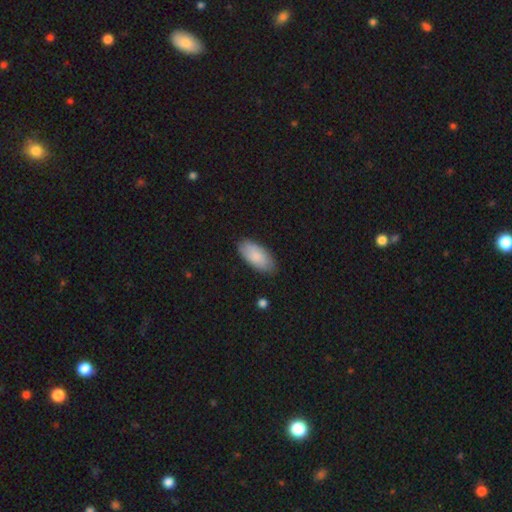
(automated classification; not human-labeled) smooth_or_featured: smooth (p=0.84) [alt: featured or disk p=0.10]
how_rounded: in between (p=0.93) [alt: cigar-shaped p=0.05]
merging: none (p=0.83) [alt: minor disturbance p=0.14]